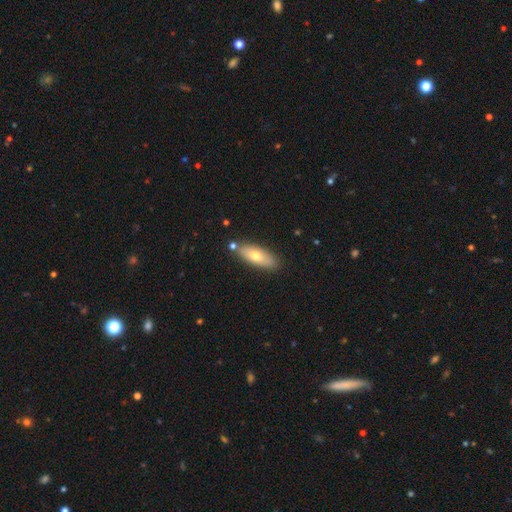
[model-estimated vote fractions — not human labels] Smooth or featured? smooth (68%)
How rounded? in between (68%)
Merging? none (80%)